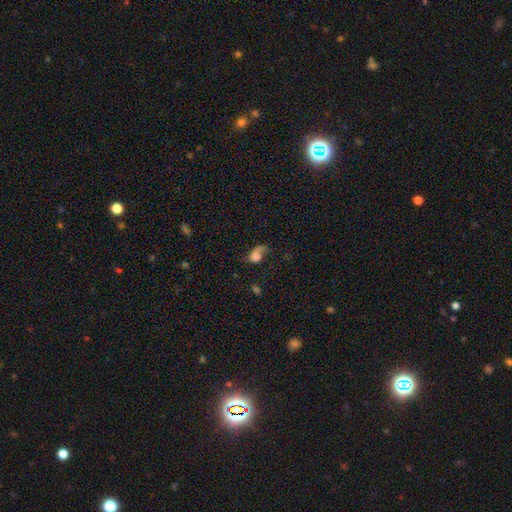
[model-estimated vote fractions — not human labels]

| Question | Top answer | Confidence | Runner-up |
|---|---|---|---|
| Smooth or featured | smooth | 51% | featured or disk (38%) |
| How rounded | in between | 73% | round (24%) |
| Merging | major disturbance | 44% | none (30%) |